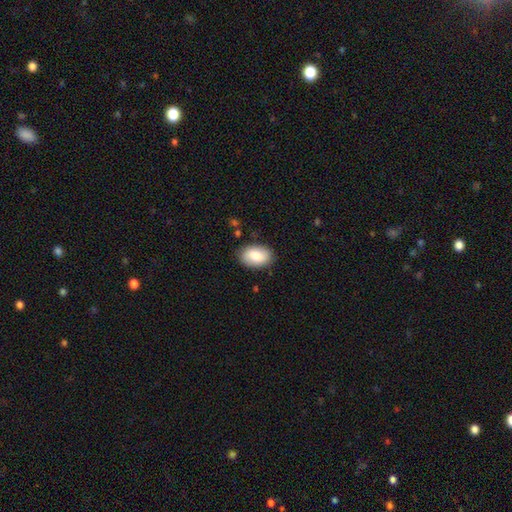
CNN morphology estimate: Overall: smooth (81%). How rounded: in between (90%). Merging: none (86%).